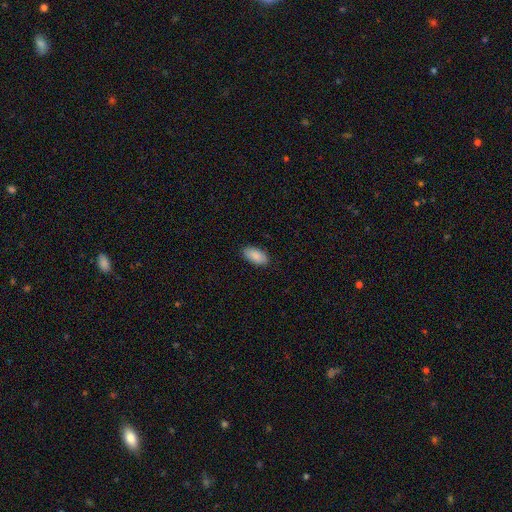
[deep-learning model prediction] smooth 89%, star or artifact 6%, featured or disk 5%. Down the decision tree: how rounded — in between (94%); merging — none (88%).